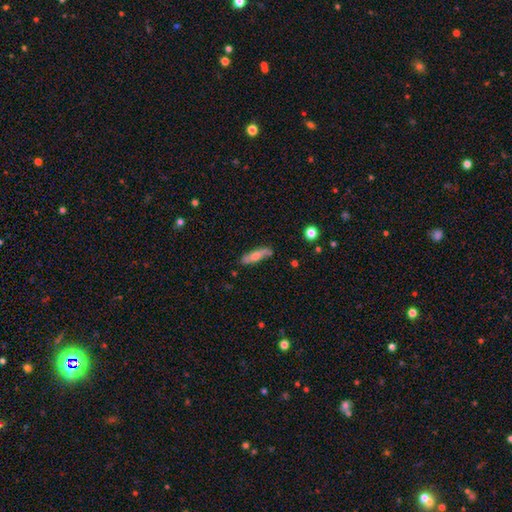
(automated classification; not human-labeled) Smooth or featured? Predicted: smooth (p=0.54). How rounded? Predicted: cigar-shaped (p=0.66). Merging? Predicted: none (p=0.69).